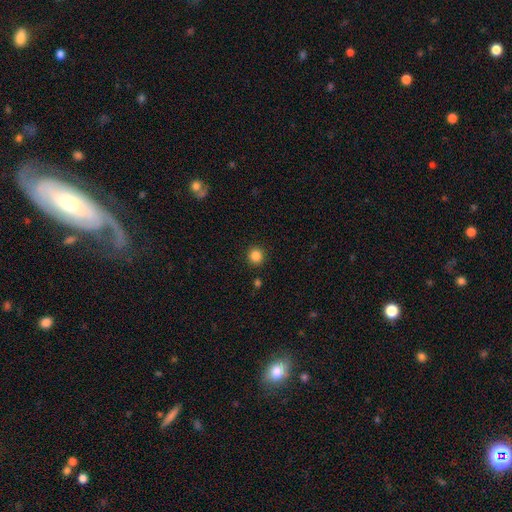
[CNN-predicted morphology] Smooth or featured?
  - smooth: 85% *
  - star or artifact: 11%
  - featured or disk: 4%
How rounded?
  - round: 93% *
  - in between: 6%
  - cigar-shaped: 1%
Merging?
  - none: 91% *
  - minor disturbance: 5%
  - major disturbance: 2%
  - merger: 2%